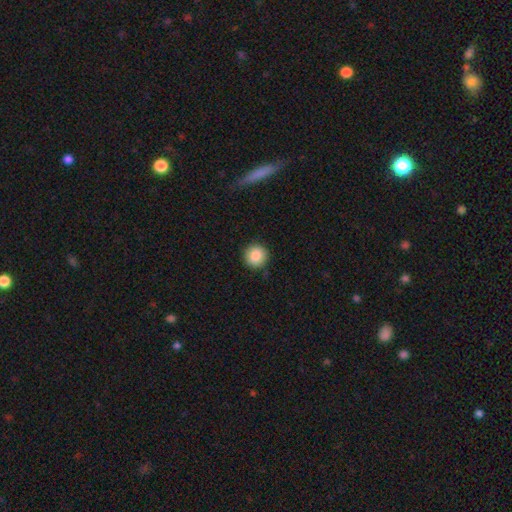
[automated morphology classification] A smooth galaxy with no disk features (87%) that is round (94%). Merging: none (90%).